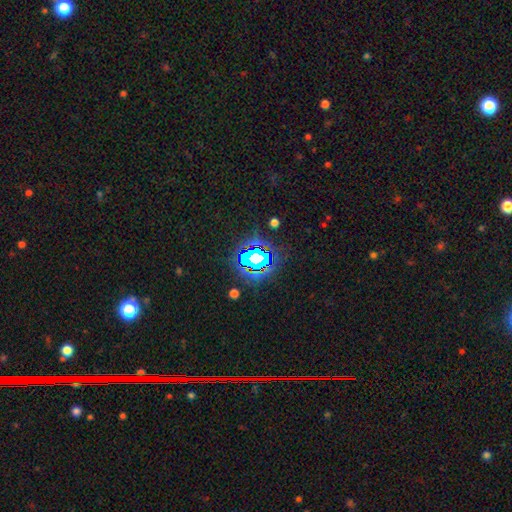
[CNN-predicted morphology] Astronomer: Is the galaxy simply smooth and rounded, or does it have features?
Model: star or artifact — 79%.